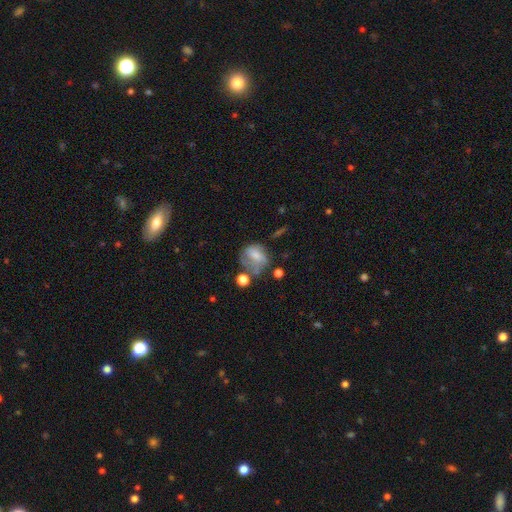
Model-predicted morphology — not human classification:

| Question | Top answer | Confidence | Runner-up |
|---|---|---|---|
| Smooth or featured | smooth | 58% | featured or disk (31%) |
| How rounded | round | 59% | in between (39%) |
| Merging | none | 35% | major disturbance (27%) |